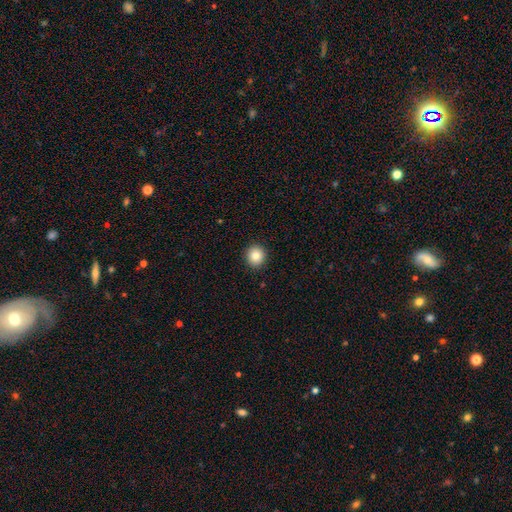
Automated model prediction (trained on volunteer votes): Smooth or featured? Predicted: smooth (p=0.83). How rounded? Predicted: round (p=0.91). Merging? Predicted: none (p=0.92).